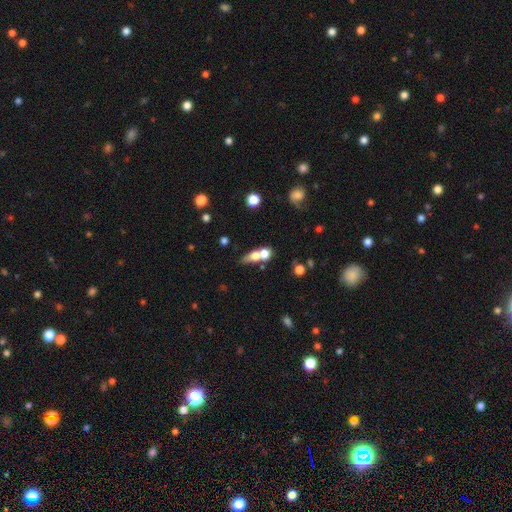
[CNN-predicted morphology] Smooth or featured? Predicted: smooth (p=0.65). How rounded? Predicted: in between (p=0.49). Merging? Predicted: merger (p=0.48).